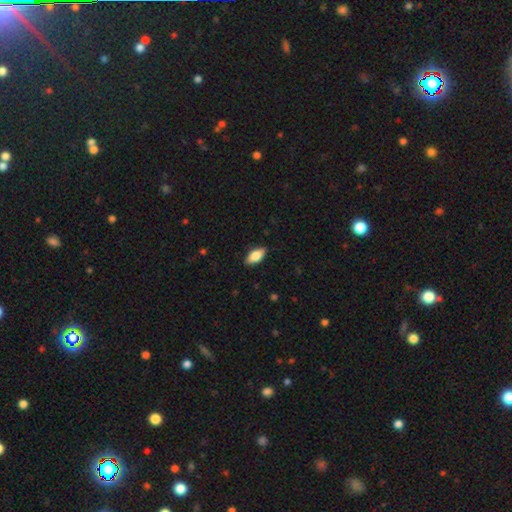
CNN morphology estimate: Overall: smooth (75%). How rounded: in between (87%). Merging: none (88%).